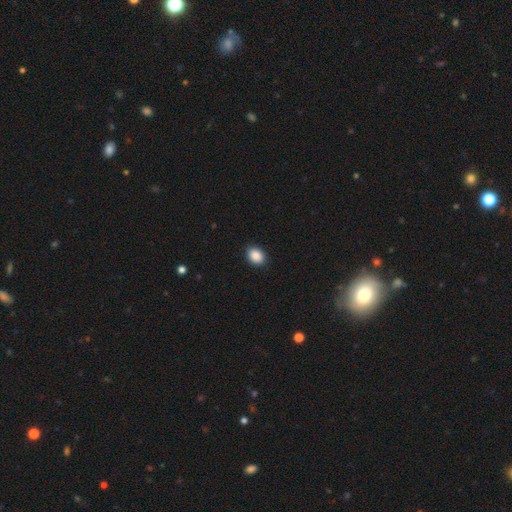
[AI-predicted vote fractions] Q: Smooth or featured?
A: smooth (89%); runner-up: star or artifact (8%)
Q: How rounded?
A: in between (70%); runner-up: round (29%)
Q: Merging?
A: none (89%); runner-up: minor disturbance (8%)